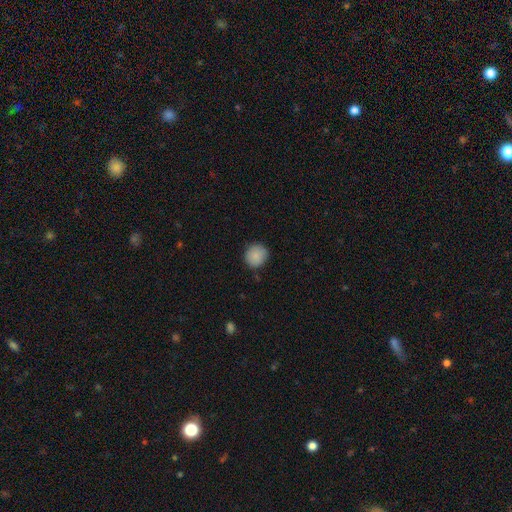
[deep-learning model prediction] Q: Smooth or featured?
A: smooth (88%); runner-up: star or artifact (8%)
Q: How rounded?
A: round (86%); runner-up: in between (13%)
Q: Merging?
A: none (85%); runner-up: minor disturbance (11%)